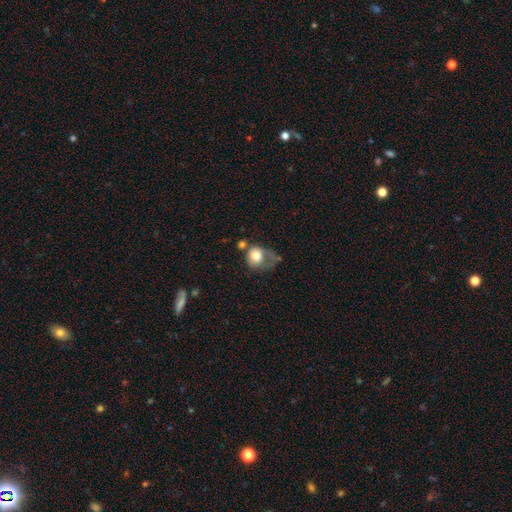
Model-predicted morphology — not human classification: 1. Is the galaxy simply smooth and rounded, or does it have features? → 73% smooth, 19% featured or disk, 8% star or artifact.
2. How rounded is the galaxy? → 63% round, 36% in between, 1% cigar-shaped.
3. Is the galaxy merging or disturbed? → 38% major disturbance, 21% none, 21% minor disturbance, 20% merger.